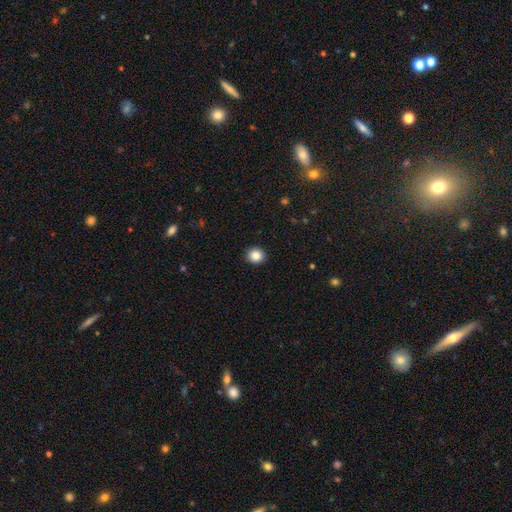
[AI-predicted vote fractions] Overall: smooth (86%). How rounded: round (88%). Merging: none (93%).